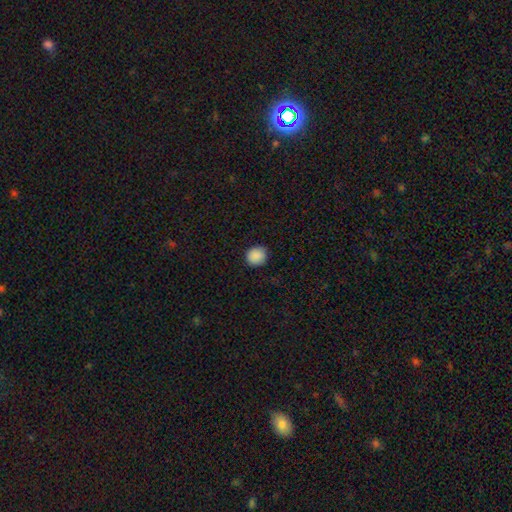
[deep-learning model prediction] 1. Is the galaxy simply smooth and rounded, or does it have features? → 89% smooth, 8% star or artifact, 2% featured or disk.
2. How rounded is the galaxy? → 85% round, 14% in between, 1% cigar-shaped.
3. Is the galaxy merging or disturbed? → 90% none, 7% minor disturbance, 2% major disturbance, 1% merger.